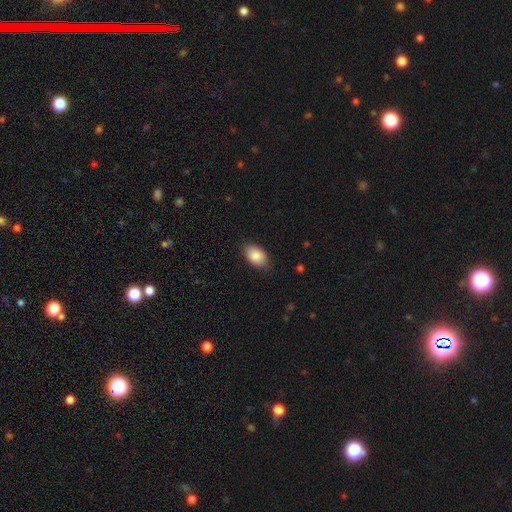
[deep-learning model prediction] Smooth or featured?
  - smooth: 88% *
  - star or artifact: 7%
  - featured or disk: 5%
How rounded?
  - in between: 90% *
  - round: 8%
  - cigar-shaped: 2%
Merging?
  - none: 80% *
  - minor disturbance: 16%
  - major disturbance: 3%
  - merger: 1%